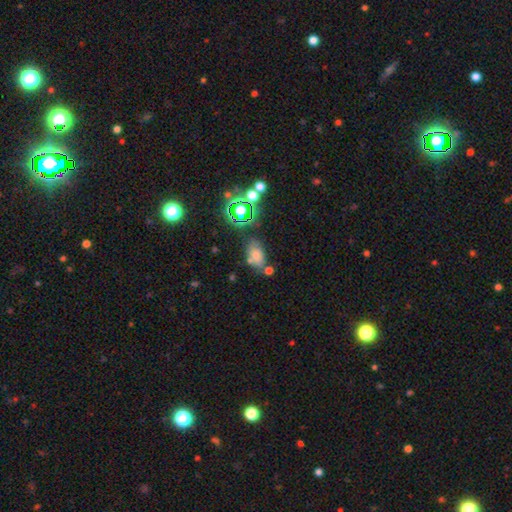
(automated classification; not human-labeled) The model was most divided on "merging": none: 61%, minor disturbance: 17%, merger: 16%, major disturbance: 6%. More confident: how rounded — in between (86%); smooth or featured — smooth (68%).